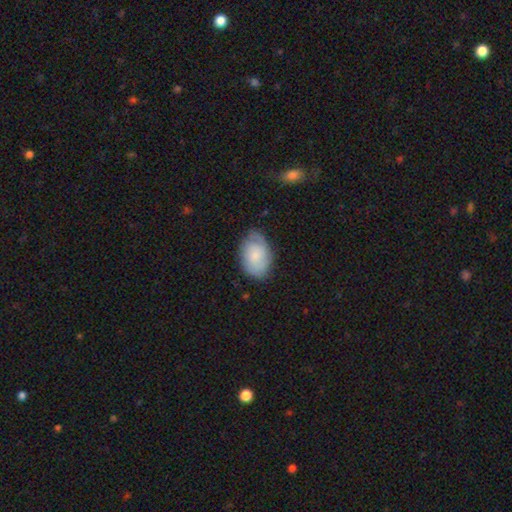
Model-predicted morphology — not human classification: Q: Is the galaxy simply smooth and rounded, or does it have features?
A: smooth — 55%.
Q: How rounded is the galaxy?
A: in between — 88%.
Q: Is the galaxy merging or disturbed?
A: none — 71%.